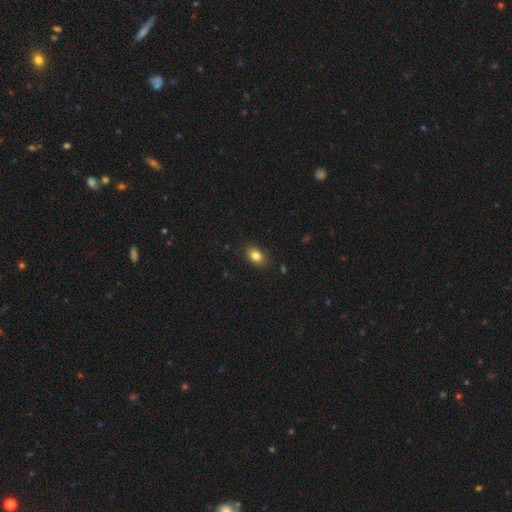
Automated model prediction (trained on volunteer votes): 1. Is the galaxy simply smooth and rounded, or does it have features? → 84% smooth, 9% star or artifact, 7% featured or disk.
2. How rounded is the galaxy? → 79% in between, 19% round, 1% cigar-shaped.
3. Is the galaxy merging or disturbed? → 87% none, 10% minor disturbance, 2% major disturbance, 1% merger.